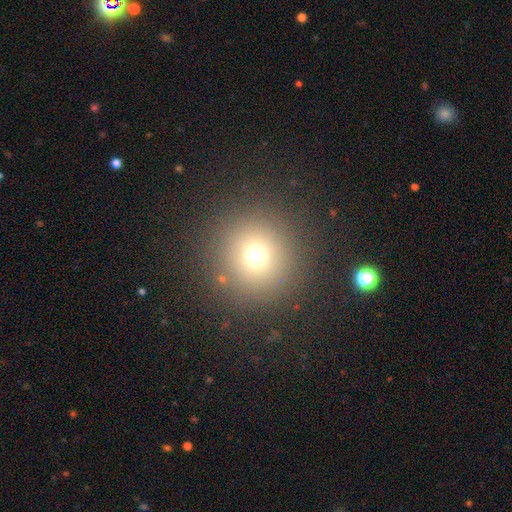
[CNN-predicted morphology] smooth-or-featured: smooth: 69% | star or artifact: 22% | featured or disk: 9%
  how-rounded: round: 95% | in between: 4% | cigar-shaped: 1%
  merging: none: 88% | minor disturbance: 6% | major disturbance: 4% | merger: 2%